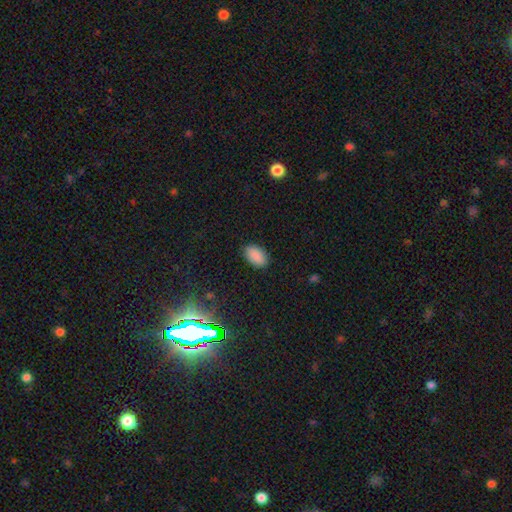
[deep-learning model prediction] Smooth or featured?
  - smooth: 88% *
  - star or artifact: 9%
  - featured or disk: 3%
How rounded?
  - in between: 93% *
  - round: 5%
  - cigar-shaped: 1%
Merging?
  - none: 88% *
  - minor disturbance: 9%
  - major disturbance: 2%
  - merger: 1%